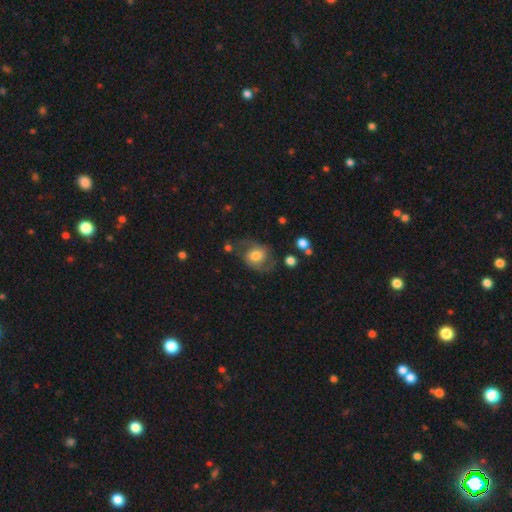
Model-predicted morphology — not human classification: This is possibly a featured or disk galaxy (51%). It is clearly not viewed edge-on (96%). Merging: possibly none (58%).